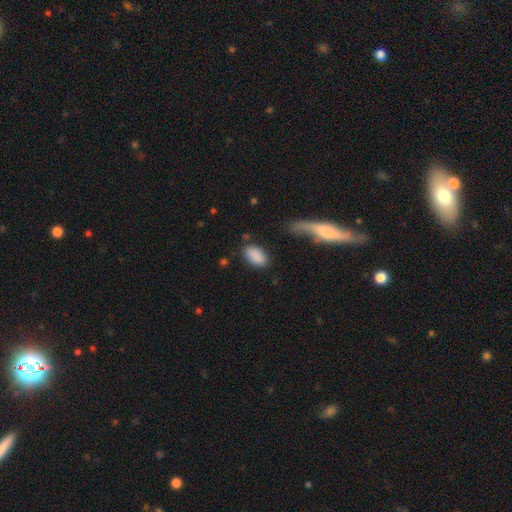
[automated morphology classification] Overall: smooth (88%). How rounded: in between (93%). Merging: none (76%).